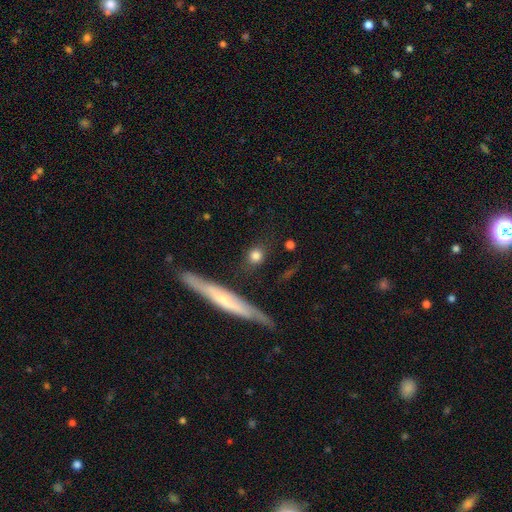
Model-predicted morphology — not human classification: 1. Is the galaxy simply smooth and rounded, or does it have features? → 79% smooth, 12% featured or disk, 9% star or artifact.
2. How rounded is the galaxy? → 76% round, 16% in between, 8% cigar-shaped.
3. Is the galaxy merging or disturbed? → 82% none, 10% minor disturbance, 4% merger, 4% major disturbance.